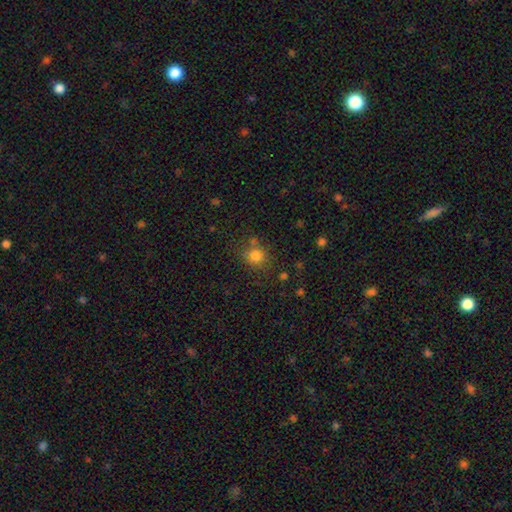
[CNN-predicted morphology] smooth_or_featured: smooth (p=0.79) [alt: star or artifact p=0.14]
how_rounded: round (p=0.83) [alt: in between p=0.16]
merging: none (p=0.72) [alt: minor disturbance p=0.14]